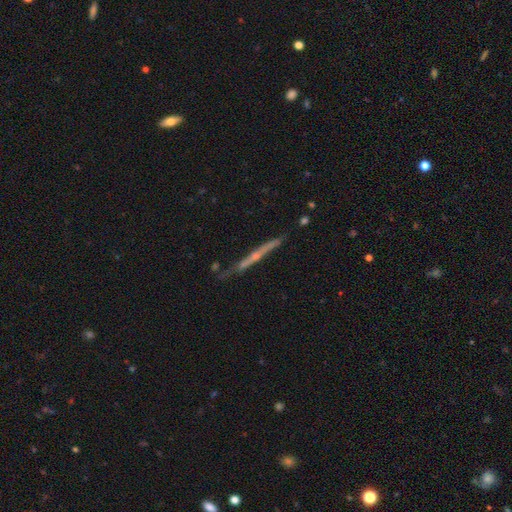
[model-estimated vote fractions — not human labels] Q: Smooth or featured?
A: featured or disk (70%); runner-up: smooth (22%)
Q: Edge-on disk?
A: yes (95%); runner-up: no (5%)
Q: Edge-on bulge?
A: none (48%); runner-up: rounded (47%)
Q: Merging?
A: none (75%); runner-up: minor disturbance (18%)